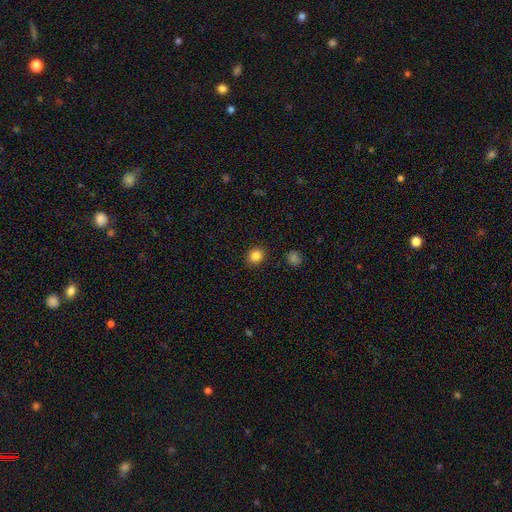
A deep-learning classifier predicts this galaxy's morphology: Smooth or featured? smooth (85%)
How rounded? round (78%)
Merging? none (91%)